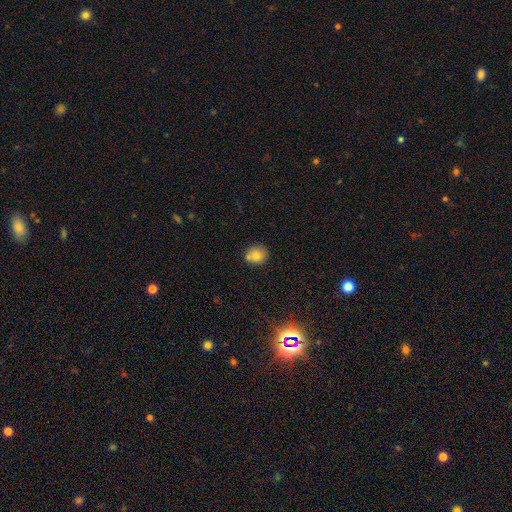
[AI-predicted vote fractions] This is likely a smooth galaxy (78%). How rounded: clearly round (84%). Merging: likely none (71%).